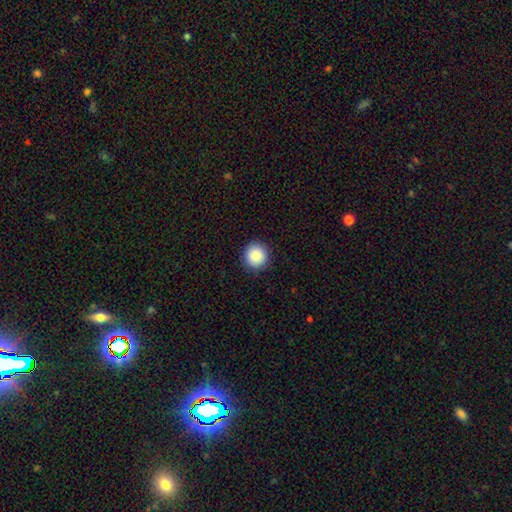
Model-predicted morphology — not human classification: smooth-or-featured: smooth: 89% | star or artifact: 8% | featured or disk: 3%
  how-rounded: round: 93% | in between: 6% | cigar-shaped: 1%
  merging: none: 91% | minor disturbance: 6% | major disturbance: 2% | merger: 1%